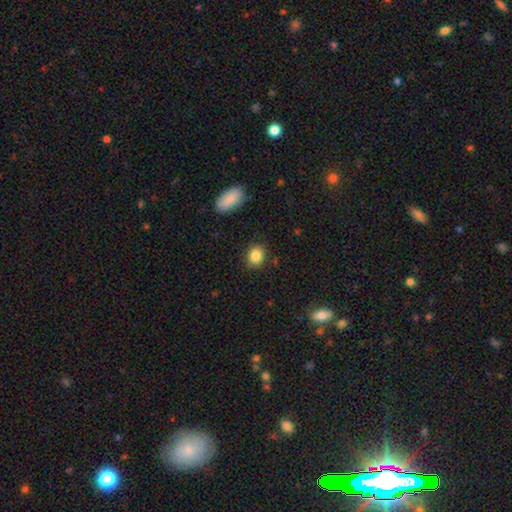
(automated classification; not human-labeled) smooth_or_featured: smooth (p=0.85) [alt: star or artifact p=0.09]
how_rounded: round (p=0.56) [alt: in between p=0.43]
merging: none (p=0.86) [alt: minor disturbance p=0.10]